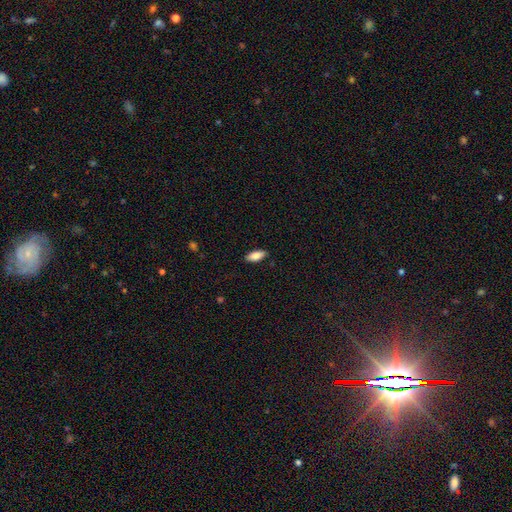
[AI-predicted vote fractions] Q: Smooth or featured?
A: smooth (85%); runner-up: featured or disk (9%)
Q: How rounded?
A: in between (82%); runner-up: cigar-shaped (16%)
Q: Merging?
A: none (87%); runner-up: minor disturbance (10%)